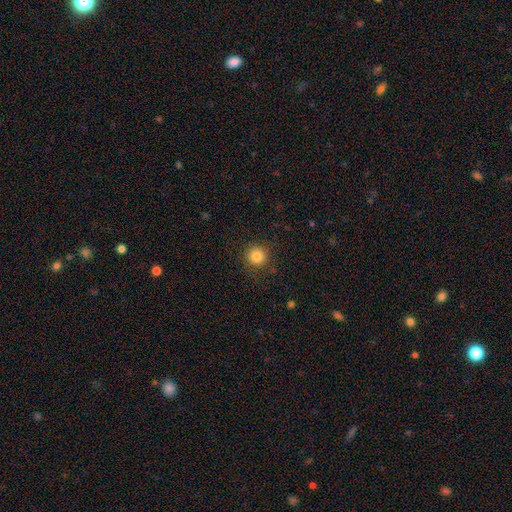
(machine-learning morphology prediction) A smooth galaxy with no disk features (83%) that is round (94%). Merging: none (88%).